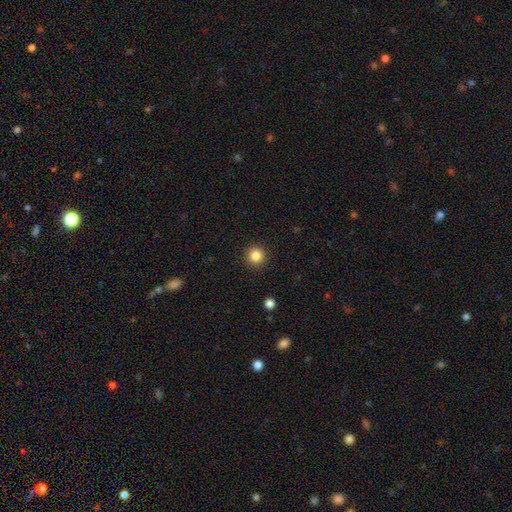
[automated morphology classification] A smooth galaxy with no disk features (85%) that is round (95%).

Vote fractions:
- Smooth or featured? smooth: 85% / star or artifact: 11% / featured or disk: 4%
- How rounded? round: 95% / in between: 4% / cigar-shaped: 1%
- Merging? none: 92% / minor disturbance: 5% / major disturbance: 2% / merger: 1%